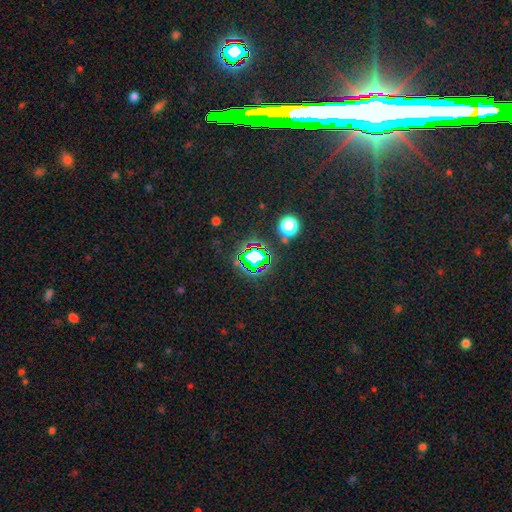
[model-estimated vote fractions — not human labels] smooth-or-featured: star or artifact: 70% | smooth: 19% | featured or disk: 11%